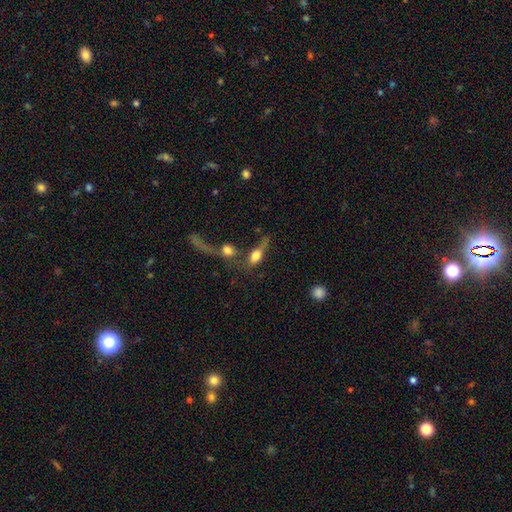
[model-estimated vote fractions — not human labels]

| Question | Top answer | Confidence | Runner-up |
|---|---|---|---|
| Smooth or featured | smooth | 66% | featured or disk (25%) |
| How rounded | in between | 70% | cigar-shaped (17%) |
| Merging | merger | 47% | none (23%) |